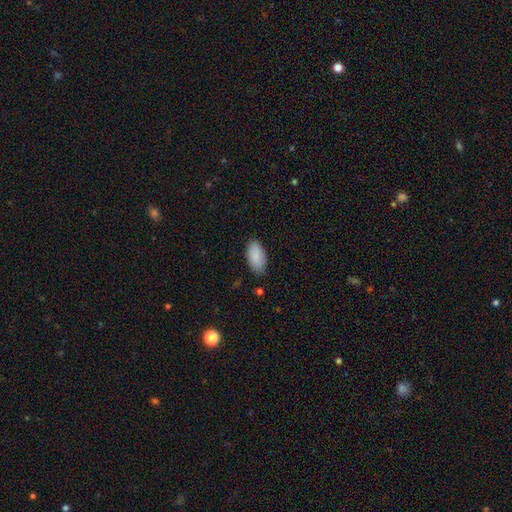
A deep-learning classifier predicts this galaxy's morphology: Smooth or featured?
  - smooth: 85% *
  - featured or disk: 9%
  - star or artifact: 6%
How rounded?
  - in between: 94% *
  - cigar-shaped: 3%
  - round: 2%
Merging?
  - none: 79% *
  - minor disturbance: 16%
  - major disturbance: 3%
  - merger: 1%